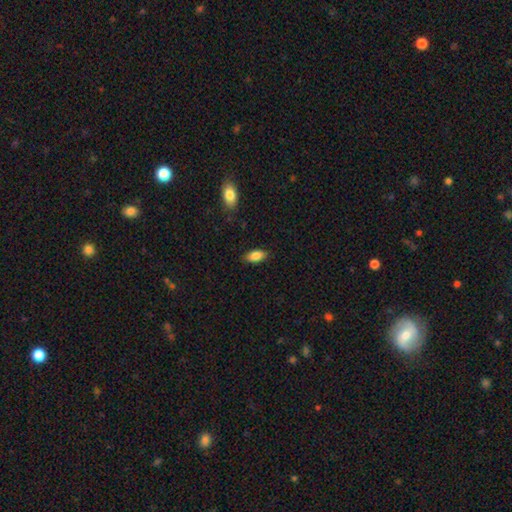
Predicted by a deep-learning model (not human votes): Q: Smooth or featured?
A: smooth (86%); runner-up: star or artifact (7%)
Q: How rounded?
A: in between (89%); runner-up: cigar-shaped (8%)
Q: Merging?
A: none (85%); runner-up: minor disturbance (11%)